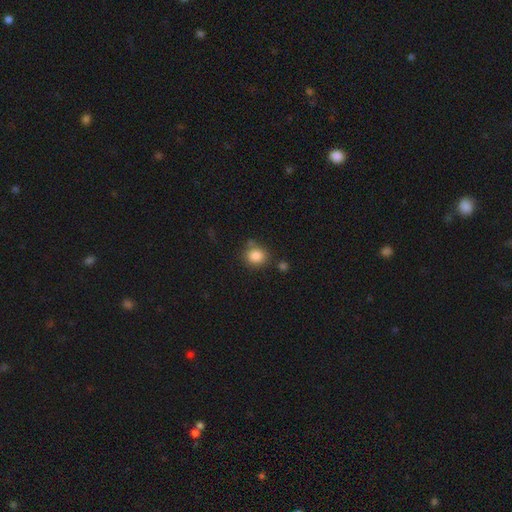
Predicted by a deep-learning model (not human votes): Q: Smooth or featured?
A: smooth (85%); runner-up: star or artifact (10%)
Q: How rounded?
A: round (76%); runner-up: in between (23%)
Q: Merging?
A: none (71%); runner-up: minor disturbance (15%)